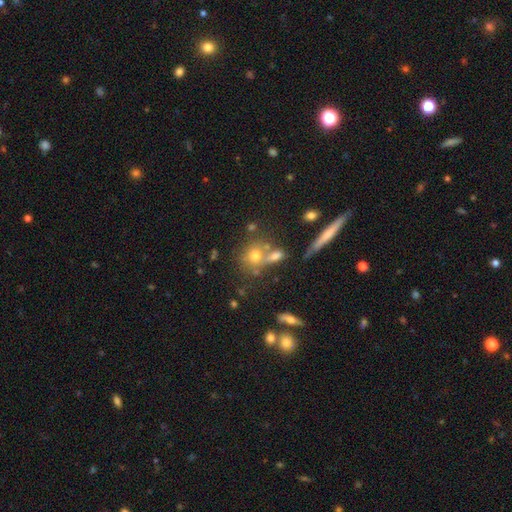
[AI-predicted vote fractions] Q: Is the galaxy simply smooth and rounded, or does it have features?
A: smooth — 60%.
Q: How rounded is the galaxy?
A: round — 70%.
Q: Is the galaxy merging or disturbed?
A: none — 53%.